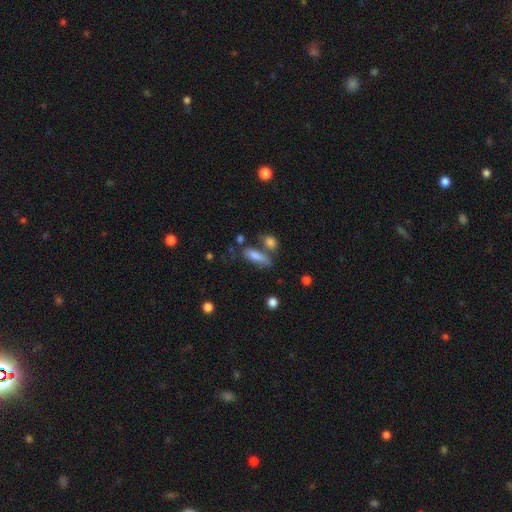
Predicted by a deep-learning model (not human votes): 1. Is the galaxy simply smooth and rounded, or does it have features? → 78% smooth, 13% featured or disk, 9% star or artifact.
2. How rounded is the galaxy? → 59% in between, 37% cigar-shaped, 4% round.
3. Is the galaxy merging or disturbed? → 48% none, 23% merger, 19% minor disturbance, 10% major disturbance.